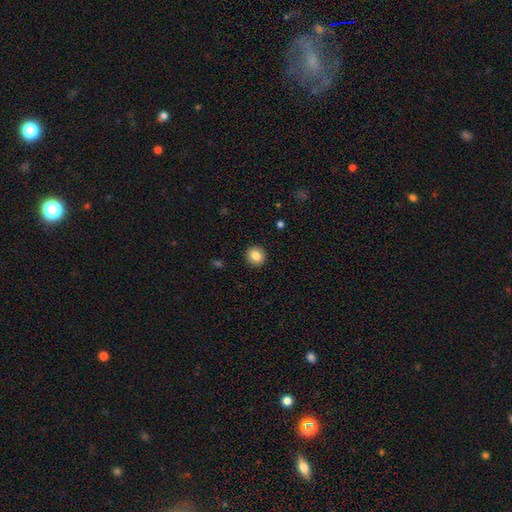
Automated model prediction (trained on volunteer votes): Overall: smooth (84%). How rounded: round (91%). Merging: none (92%).